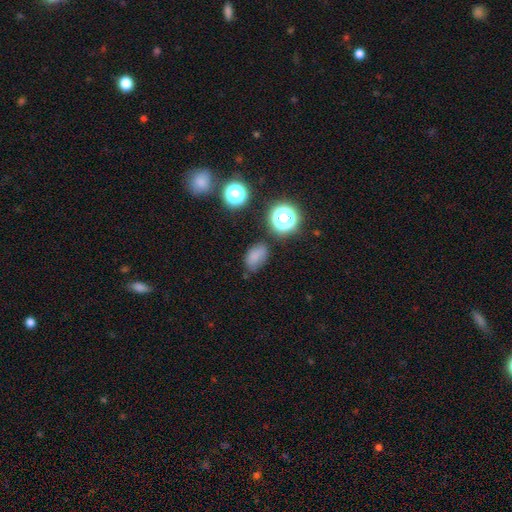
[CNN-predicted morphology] This is likely a smooth galaxy (74%). How rounded: clearly in between (82%). Merging: likely none (68%).